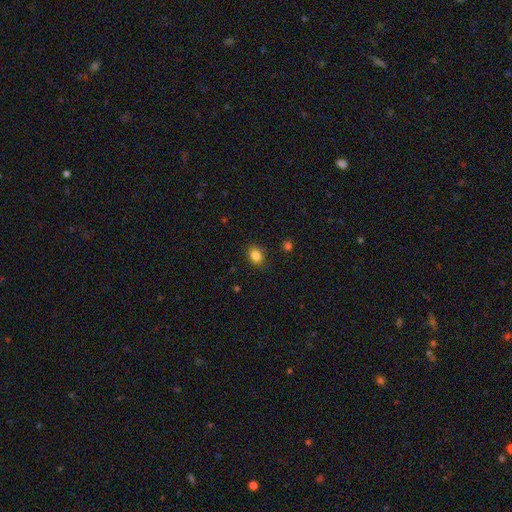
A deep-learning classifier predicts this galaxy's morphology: Q: Smooth or featured?
A: smooth (84%); runner-up: star or artifact (11%)
Q: How rounded?
A: in between (51%); runner-up: round (48%)
Q: Merging?
A: none (87%); runner-up: minor disturbance (10%)